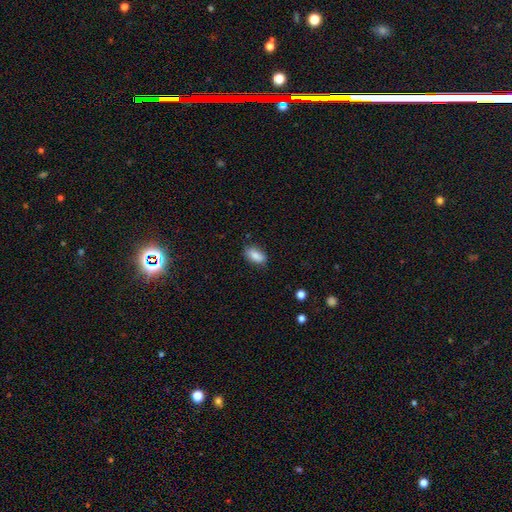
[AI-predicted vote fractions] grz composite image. It shows a smooth galaxy with no disk features (86%) that is in between round and cigar-shaped (90%). Merging: none (80%).